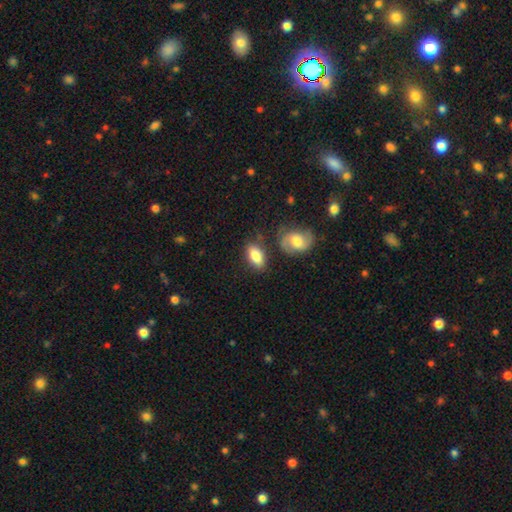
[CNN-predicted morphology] This appears to be a smooth galaxy with no disk features (81%) that is in between round and cigar-shaped (89%). Merging: none (72%).